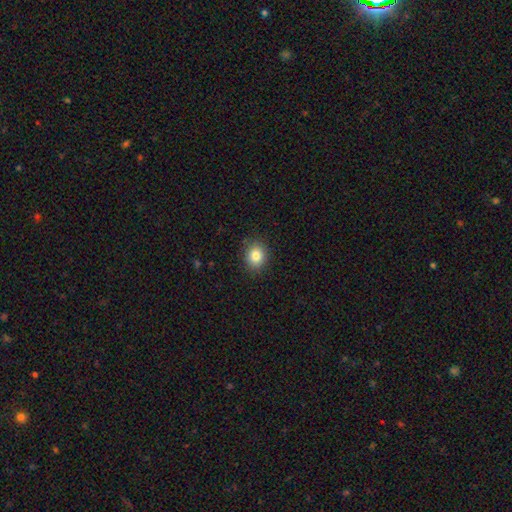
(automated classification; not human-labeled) Smooth or featured?
  - smooth: 83% *
  - star or artifact: 10%
  - featured or disk: 6%
How rounded?
  - round: 68% *
  - in between: 31%
  - cigar-shaped: 1%
Merging?
  - none: 88% *
  - minor disturbance: 9%
  - major disturbance: 2%
  - merger: 1%